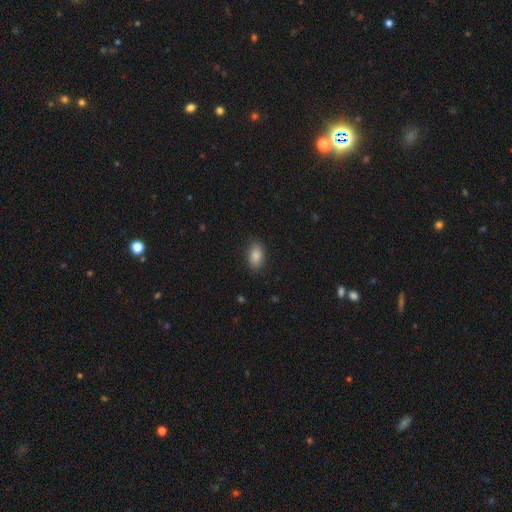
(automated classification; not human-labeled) Smooth or featured? Predicted: smooth (p=0.87). How rounded? Predicted: in between (p=0.92). Merging? Predicted: none (p=0.87).